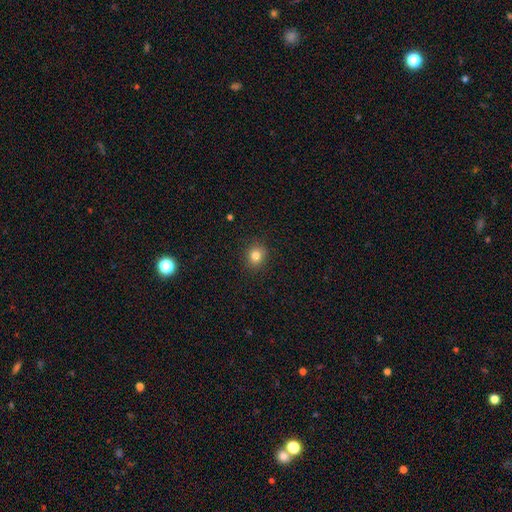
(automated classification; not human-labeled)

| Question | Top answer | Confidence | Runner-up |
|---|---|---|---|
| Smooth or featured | smooth | 81% | star or artifact (12%) |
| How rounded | round | 80% | in between (19%) |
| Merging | none | 90% | minor disturbance (7%) |